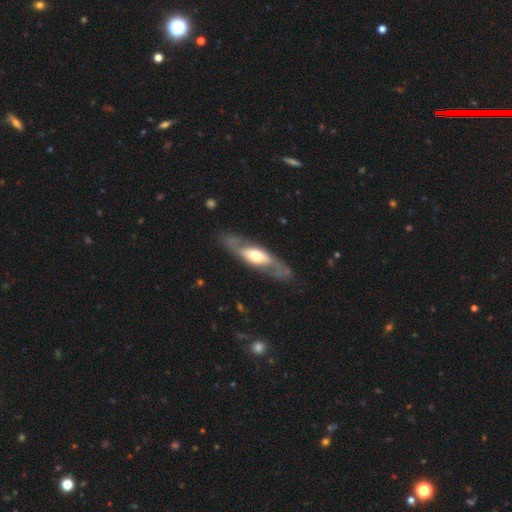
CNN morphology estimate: This appears to be a featured or disk galaxy (70%) with no bar (60%), spiral arms (59%) and a moderate central bulge (59%). Merging: none (78%).